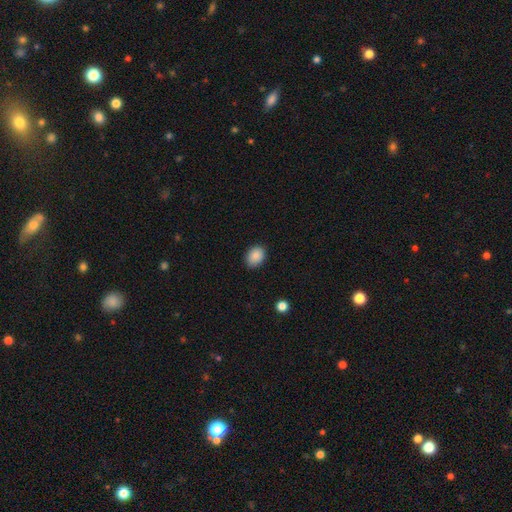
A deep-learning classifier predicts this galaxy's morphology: Smooth or featured? smooth (88%)
How rounded? in between (69%)
Merging? none (86%)